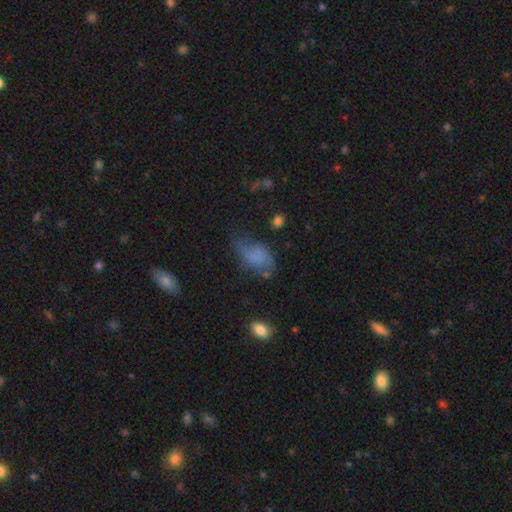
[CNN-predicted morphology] smooth-or-featured: smooth: 60% | featured or disk: 27% | star or artifact: 13%
  how-rounded: in between: 86% | round: 11% | cigar-shaped: 3%
  merging: none: 39% | minor disturbance: 31% | major disturbance: 25% | merger: 5%